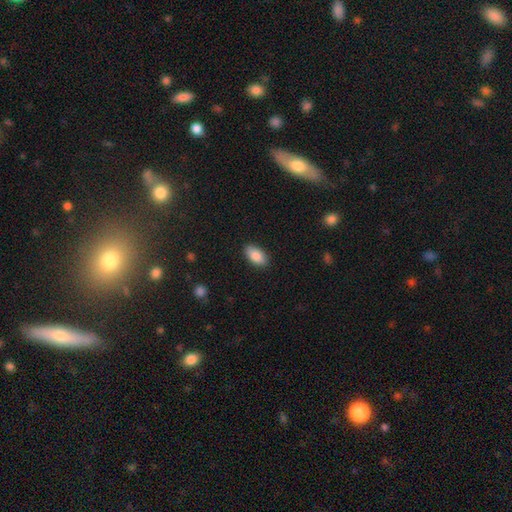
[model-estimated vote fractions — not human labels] smooth-or-featured: smooth: 87% | star or artifact: 7% | featured or disk: 6%
  how-rounded: in between: 93% | cigar-shaped: 4% | round: 4%
  merging: none: 88% | minor disturbance: 9% | major disturbance: 2% | merger: 1%